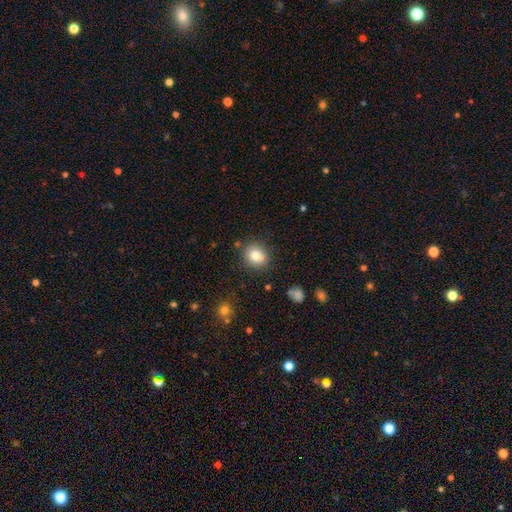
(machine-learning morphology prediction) This is clearly a smooth galaxy (82%). How rounded: likely round (64%). Merging: clearly none (83%).